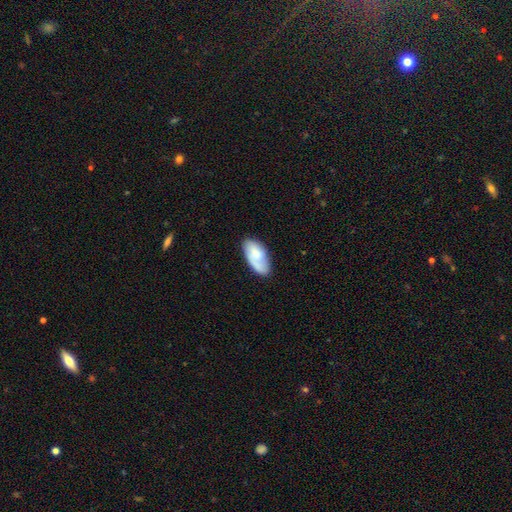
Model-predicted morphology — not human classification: This appears to be a smooth galaxy with no disk features (67%) that is in between round and cigar-shaped (93%). Merging: none (65%).